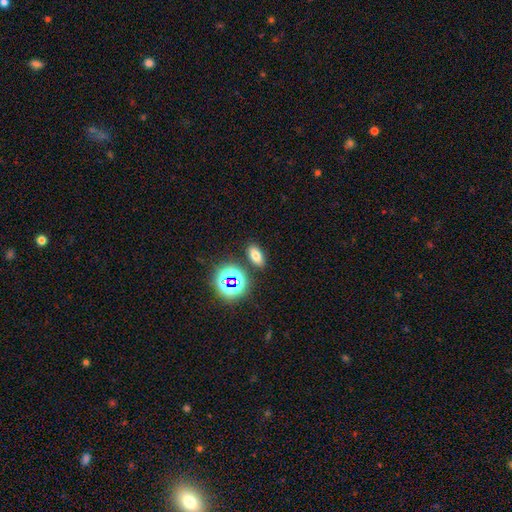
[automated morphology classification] Smooth or featured?
  - smooth: 69% *
  - star or artifact: 22%
  - featured or disk: 9%
How rounded?
  - in between: 82% *
  - round: 12%
  - cigar-shaped: 6%
Merging?
  - none: 85% *
  - minor disturbance: 8%
  - merger: 4%
  - major disturbance: 3%